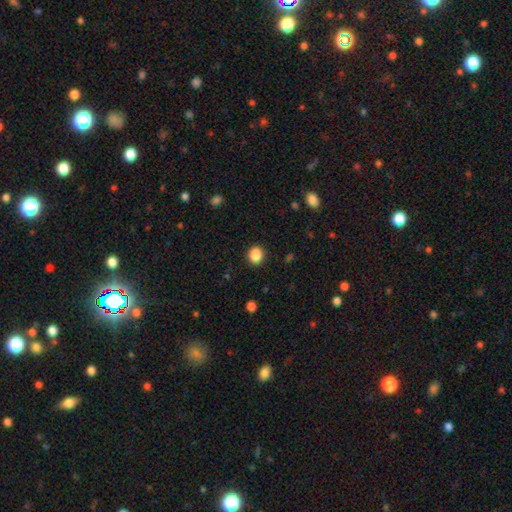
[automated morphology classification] Q: Smooth or featured?
A: smooth (87%); runner-up: star or artifact (10%)
Q: How rounded?
A: round (62%); runner-up: in between (37%)
Q: Merging?
A: none (89%); runner-up: minor disturbance (8%)